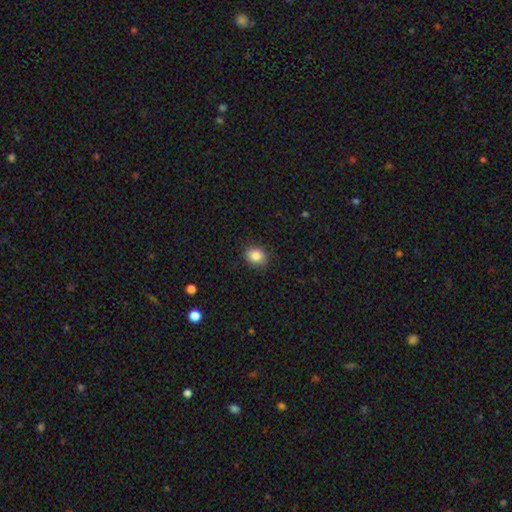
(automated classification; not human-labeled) Smooth or featured? Predicted: smooth (p=0.86). How rounded? Predicted: round (p=0.60). Merging? Predicted: none (p=0.88).